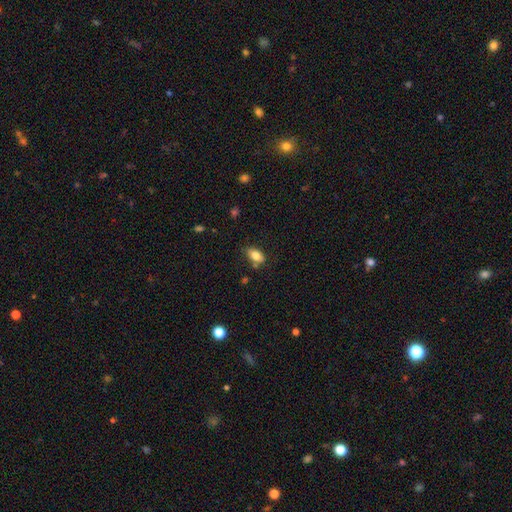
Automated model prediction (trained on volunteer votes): Smooth or featured? smooth (81%)
How rounded? in between (90%)
Merging? none (71%)